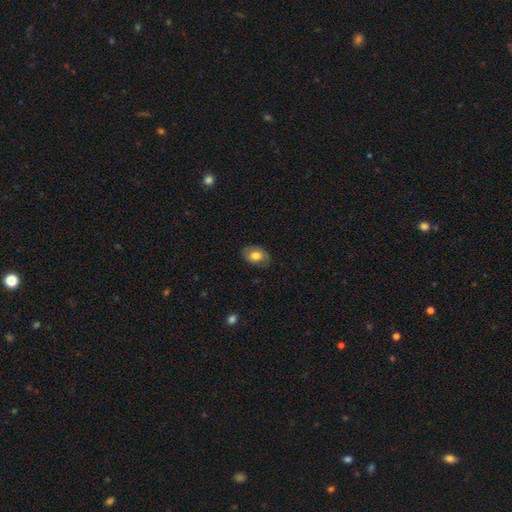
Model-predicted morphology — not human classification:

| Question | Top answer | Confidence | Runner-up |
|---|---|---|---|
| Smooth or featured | smooth | 72% | featured or disk (21%) |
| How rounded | in between | 81% | round (18%) |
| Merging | none | 78% | minor disturbance (17%) |